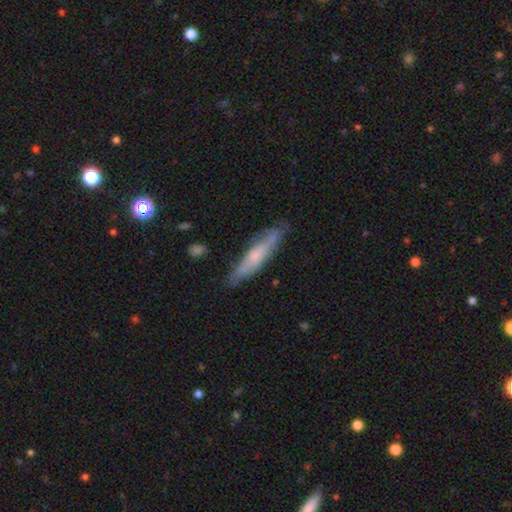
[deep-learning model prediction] Morphology: type=smooth (51%); roundness=cigar-shaped (85%); merging=none (77%).